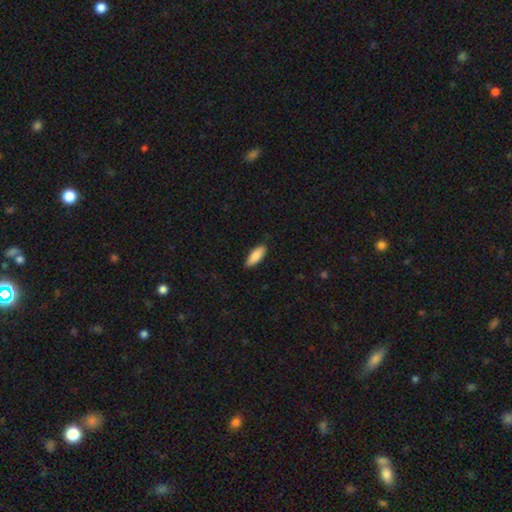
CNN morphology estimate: Smooth or featured?
  - smooth: 87% *
  - featured or disk: 7%
  - star or artifact: 6%
How rounded?
  - in between: 74% *
  - cigar-shaped: 25%
  - round: 2%
Merging?
  - none: 84% *
  - minor disturbance: 13%
  - major disturbance: 2%
  - merger: 1%